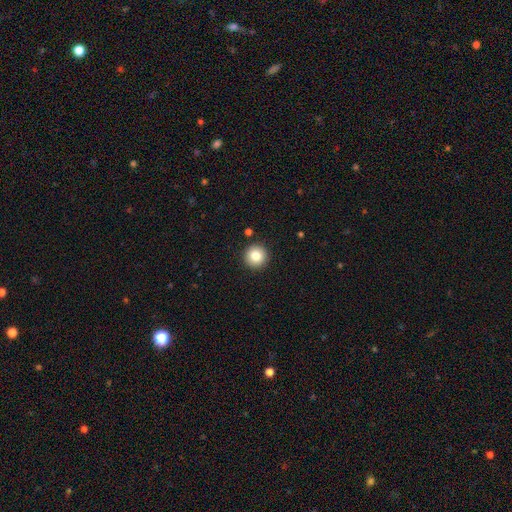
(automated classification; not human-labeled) Smooth or featured: smooth — 84% (star or artifact — 10%)
How rounded: round — 96% (in between — 3%)
Merging: none — 91% (minor disturbance — 5%)